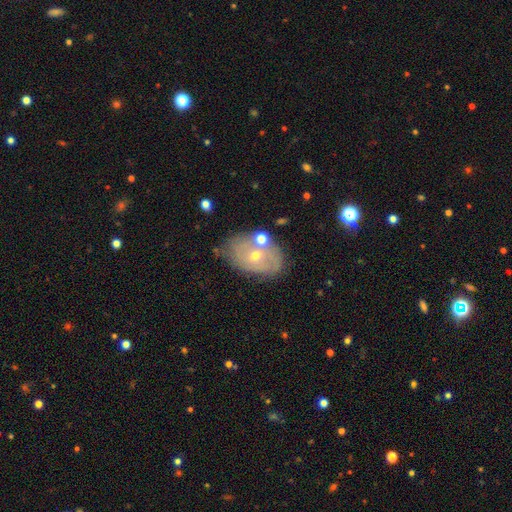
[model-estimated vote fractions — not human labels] featured or disk 56%, smooth 35%, star or artifact 9%. Down the decision tree: edge-on disk — no (93%); bar — no (81%); spiral arms — no (56%); bulge size — small (58%); merging — none (60%).